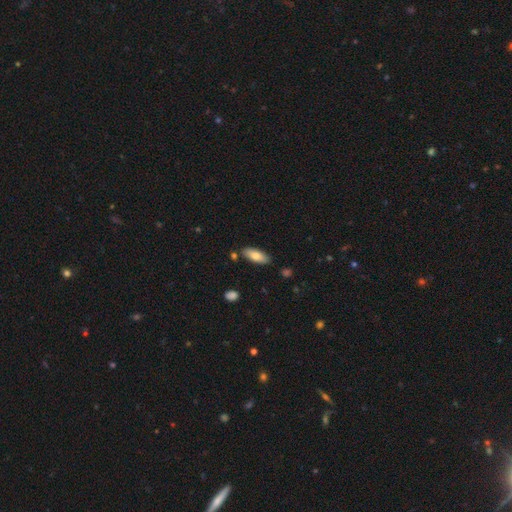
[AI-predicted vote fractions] This appears to be a smooth galaxy with no disk features (78%) that is in between round and cigar-shaped (76%). Merging: none (83%).